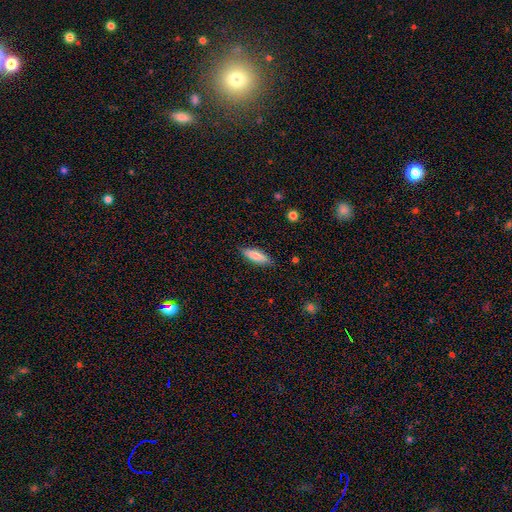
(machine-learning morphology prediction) Q: Smooth or featured?
A: smooth (77%); runner-up: featured or disk (17%)
Q: How rounded?
A: cigar-shaped (53%); runner-up: in between (45%)
Q: Merging?
A: none (85%); runner-up: minor disturbance (11%)